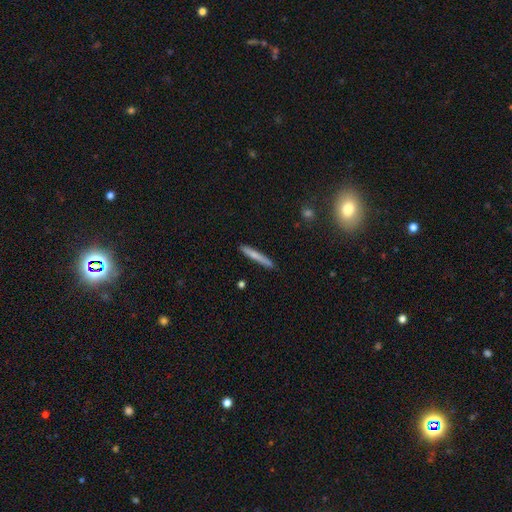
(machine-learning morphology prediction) This is likely a smooth galaxy (66%). How rounded: clearly cigar-shaped (96%). Merging: clearly none (87%).